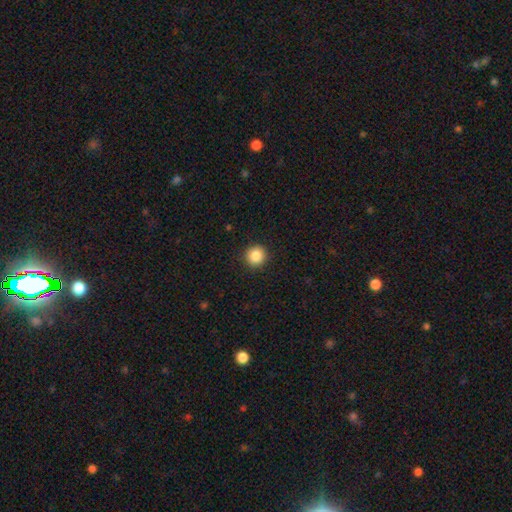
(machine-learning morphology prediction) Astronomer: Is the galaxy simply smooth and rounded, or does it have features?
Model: smooth — 87%.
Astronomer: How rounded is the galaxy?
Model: round — 93%.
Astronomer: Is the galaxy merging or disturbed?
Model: none — 92%.